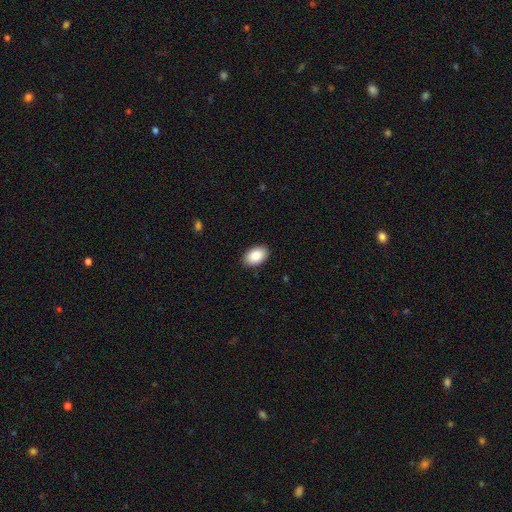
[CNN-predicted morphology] Smooth or featured?
  - smooth: 89% *
  - star or artifact: 6%
  - featured or disk: 4%
How rounded?
  - in between: 91% *
  - round: 8%
  - cigar-shaped: 1%
Merging?
  - none: 90% *
  - minor disturbance: 8%
  - major disturbance: 2%
  - merger: 1%